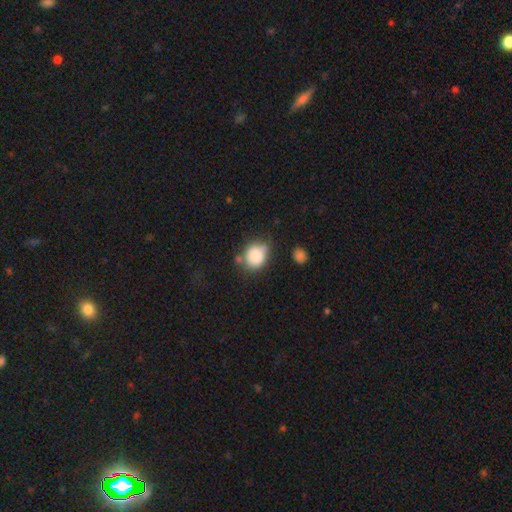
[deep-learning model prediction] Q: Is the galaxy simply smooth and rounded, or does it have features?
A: smooth — 84%.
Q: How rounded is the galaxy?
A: round — 67%.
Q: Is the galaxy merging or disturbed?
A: none — 54%.